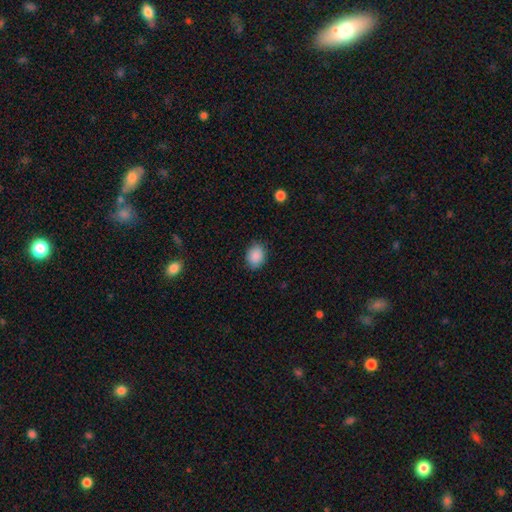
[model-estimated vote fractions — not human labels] The model was most divided on "how rounded": in between: 56%, round: 43%, cigar-shaped: 1%. More confident: smooth or featured — smooth (89%); merging — none (85%).